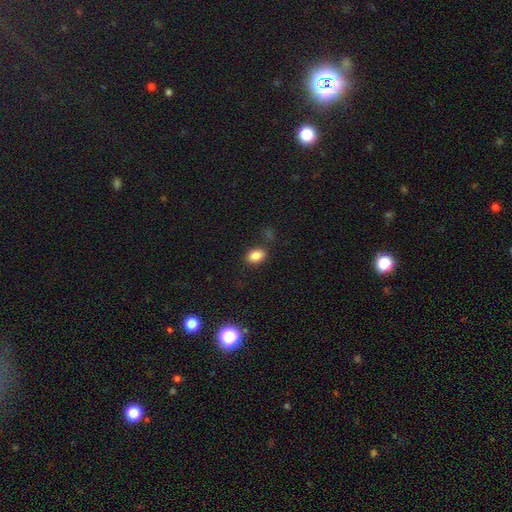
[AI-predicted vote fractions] Smooth or featured?
  - smooth: 84% *
  - star or artifact: 10%
  - featured or disk: 6%
How rounded?
  - in between: 83% *
  - round: 15%
  - cigar-shaped: 2%
Merging?
  - none: 80% *
  - minor disturbance: 12%
  - merger: 5%
  - major disturbance: 3%